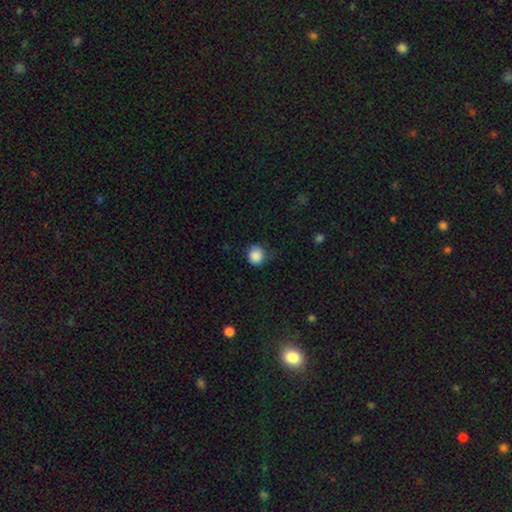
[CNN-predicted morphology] This is clearly a smooth galaxy (87%). How rounded: clearly round (86%). Merging: likely none (68%).